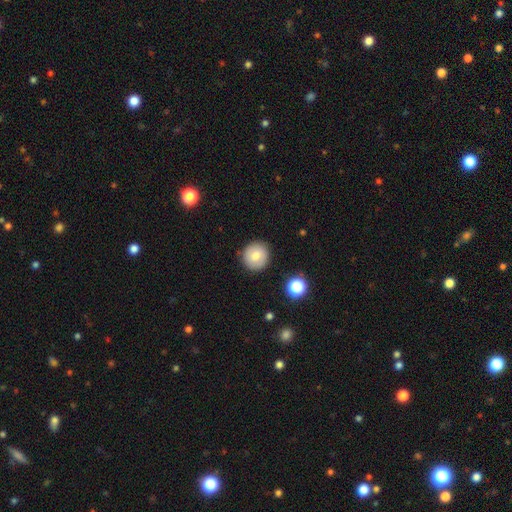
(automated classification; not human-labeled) Overall: smooth (74%). How rounded: round (93%). Merging: none (89%).